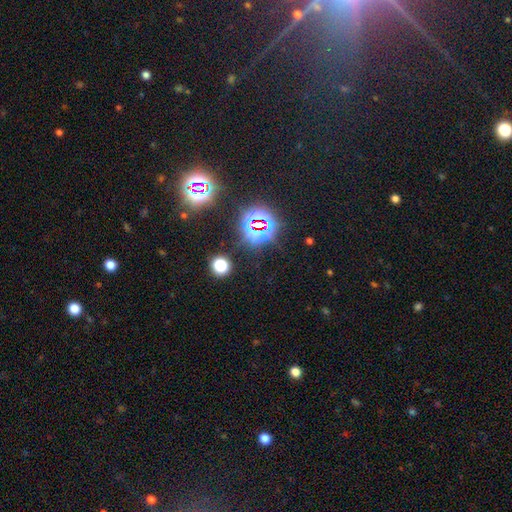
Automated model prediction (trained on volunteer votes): smooth_or_featured: star or artifact (p=0.79) [alt: smooth p=0.13]